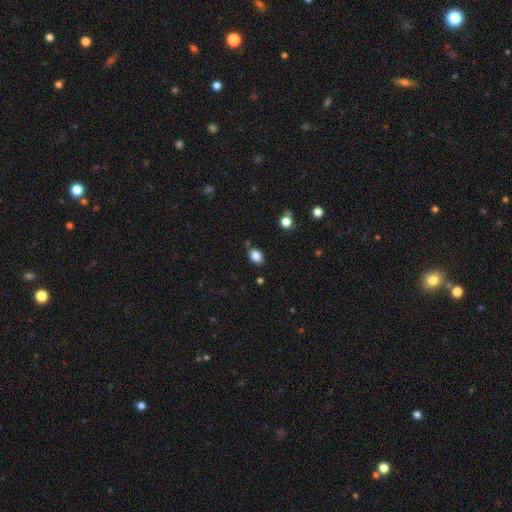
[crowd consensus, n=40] Smooth or featured: smooth — 85% (star or artifact — 12%)
How rounded: in between — 74% (round — 26%)
Merging: none — 60% (minor disturbance — 29%)